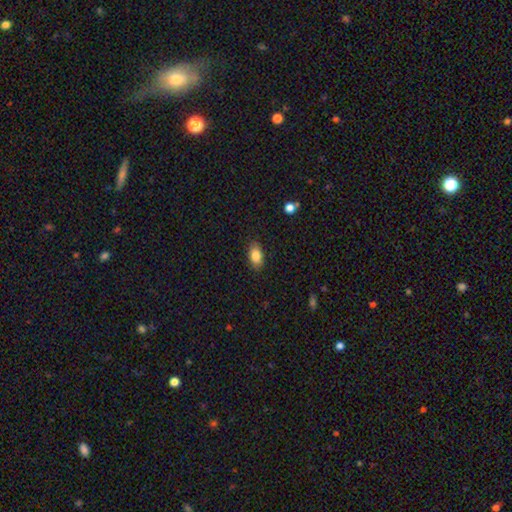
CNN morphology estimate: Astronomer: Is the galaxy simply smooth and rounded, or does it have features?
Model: smooth — 85%.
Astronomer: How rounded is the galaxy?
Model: in between — 90%.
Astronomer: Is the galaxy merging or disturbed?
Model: none — 87%.